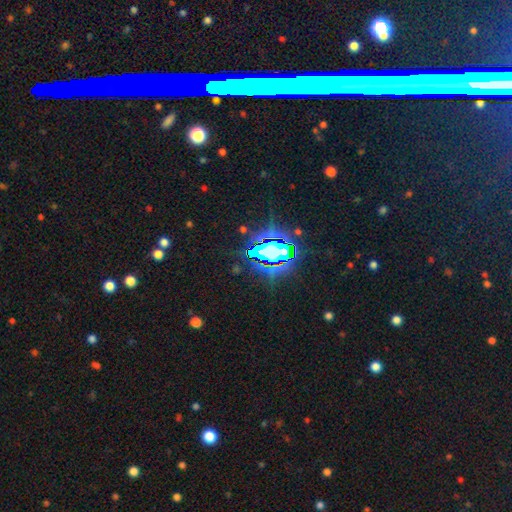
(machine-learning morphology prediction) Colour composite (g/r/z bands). It shows a star or artifact, not a galaxy (77%).